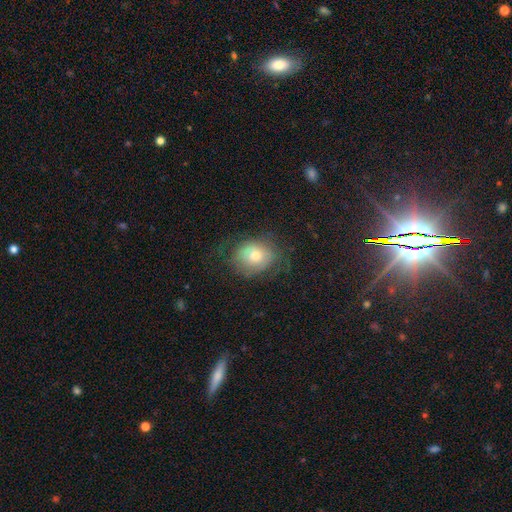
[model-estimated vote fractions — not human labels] Smooth or featured? smooth (63%)
How rounded? round (59%)
Merging? none (61%)